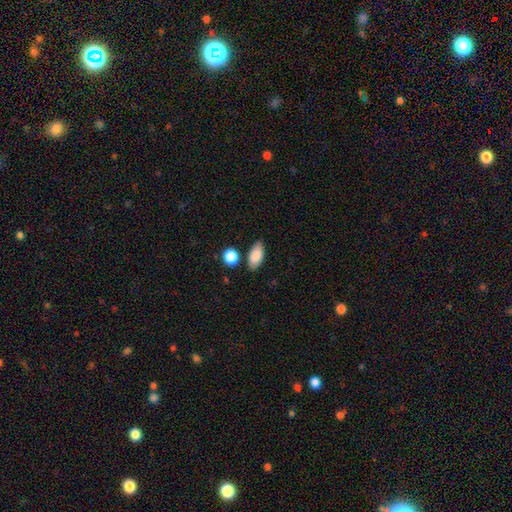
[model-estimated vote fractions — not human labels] Overall: smooth (86%). How rounded: in between (91%). Merging: none (76%).